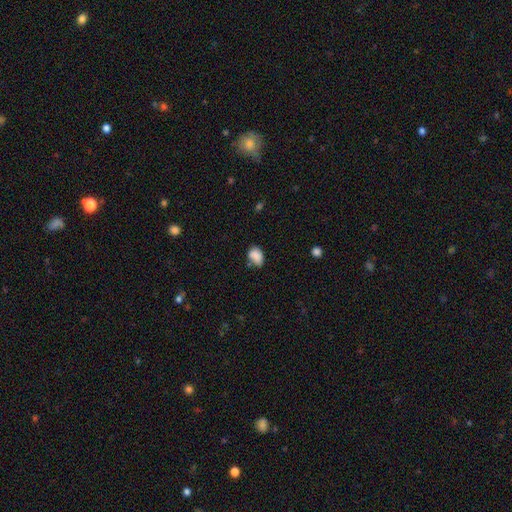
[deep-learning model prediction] Smooth or featured? smooth (85%)
How rounded? in between (76%)
Merging? none (56%)